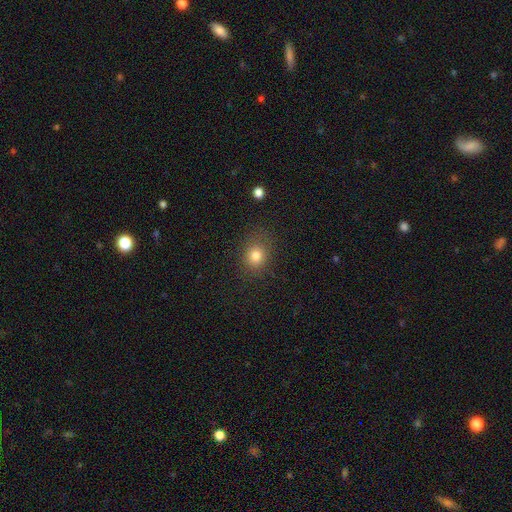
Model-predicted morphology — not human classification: smooth_or_featured: smooth (p=0.80) [alt: star or artifact p=0.12]
how_rounded: round (p=0.67) [alt: in between p=0.32]
merging: none (p=0.81) [alt: minor disturbance p=0.13]